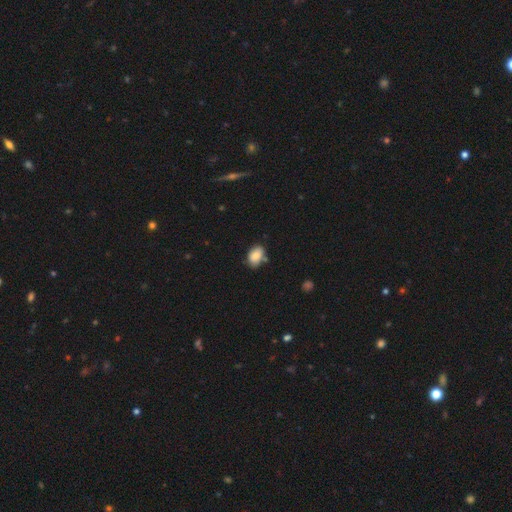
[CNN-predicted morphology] Overall: smooth (84%). How rounded: in between (83%). Merging: none (65%).